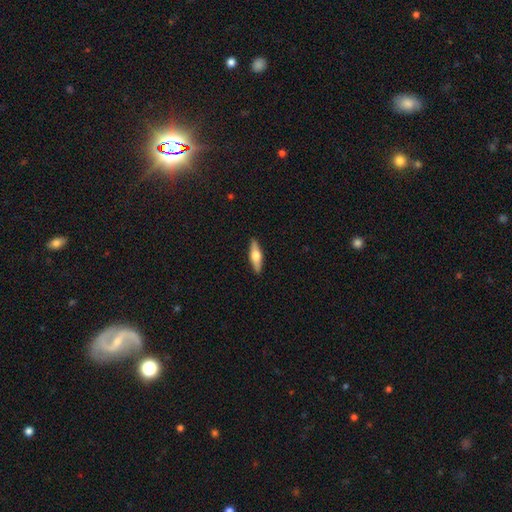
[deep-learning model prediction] Smooth or featured?
  - featured or disk: 54% *
  - smooth: 40%
  - star or artifact: 5%
Edge-on disk?
  - yes: 95% *
  - no: 5%
Edge-on bulge?
  - rounded: 94% *
  - boxy: 4%
  - none: 2%
Merging?
  - none: 91% *
  - minor disturbance: 7%
  - major disturbance: 1%
  - merger: 1%